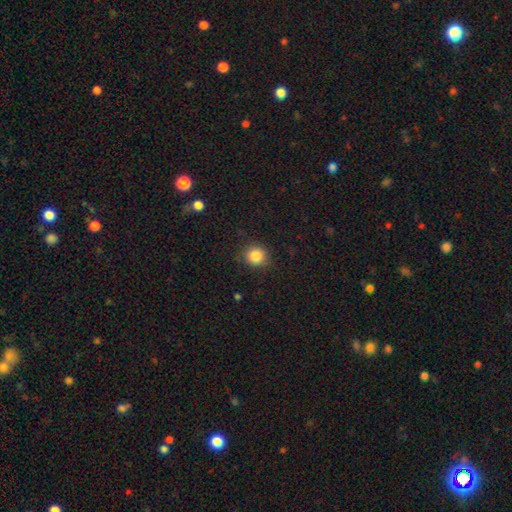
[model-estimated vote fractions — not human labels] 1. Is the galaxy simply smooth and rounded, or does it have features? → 85% smooth, 10% star or artifact, 5% featured or disk.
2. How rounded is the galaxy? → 88% round, 11% in between, 1% cigar-shaped.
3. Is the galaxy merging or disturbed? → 84% none, 12% minor disturbance, 3% major disturbance, 1% merger.